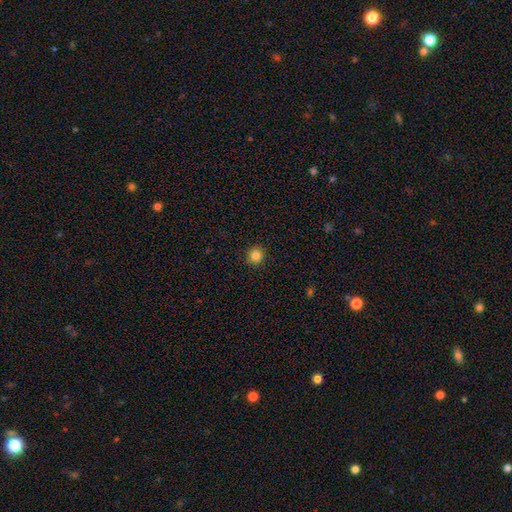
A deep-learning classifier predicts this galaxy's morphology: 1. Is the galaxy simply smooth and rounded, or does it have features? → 84% smooth, 12% star or artifact, 5% featured or disk.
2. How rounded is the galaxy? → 92% round, 7% in between, 1% cigar-shaped.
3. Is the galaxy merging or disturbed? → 90% none, 7% minor disturbance, 2% major disturbance, 1% merger.